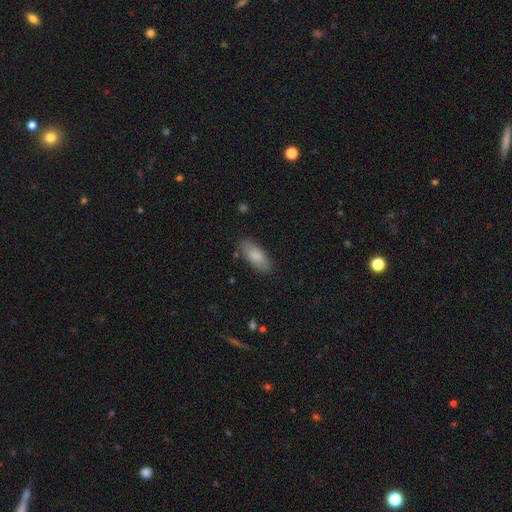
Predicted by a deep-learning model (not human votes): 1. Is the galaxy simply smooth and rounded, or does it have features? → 84% smooth, 10% featured or disk, 6% star or artifact.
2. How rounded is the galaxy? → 83% in between, 15% cigar-shaped, 2% round.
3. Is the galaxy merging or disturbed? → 83% none, 13% minor disturbance, 3% major disturbance, 2% merger.